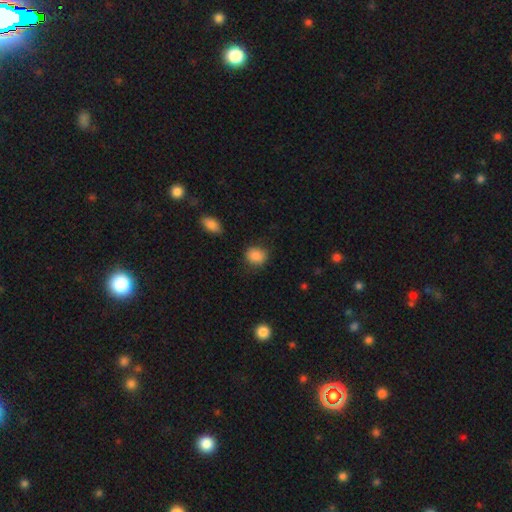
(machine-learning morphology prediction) Smooth or featured? Predicted: smooth (p=0.87). How rounded? Predicted: round (p=0.73). Merging? Predicted: none (p=0.83).